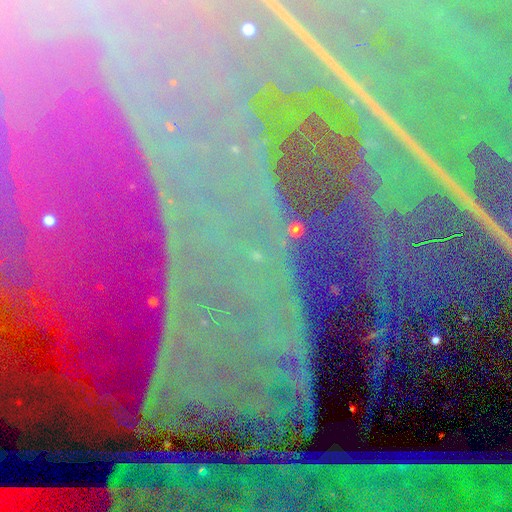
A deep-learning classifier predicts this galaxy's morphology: A star or artifact, not a galaxy (89%).